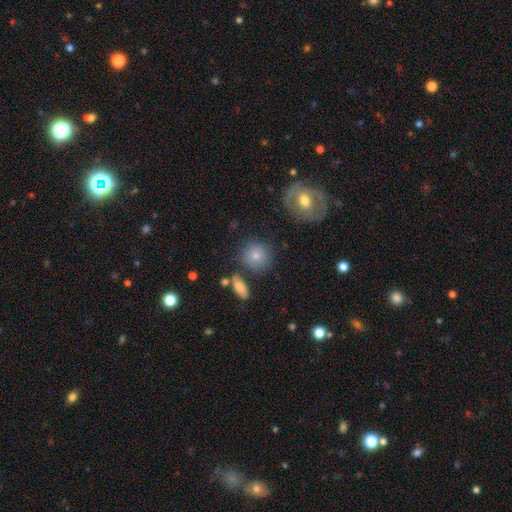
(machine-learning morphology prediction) A smooth galaxy with no disk features (77%) that is round (86%). Merging: none (73%).